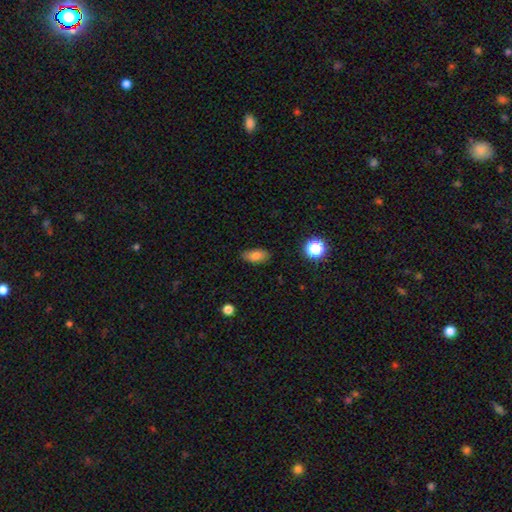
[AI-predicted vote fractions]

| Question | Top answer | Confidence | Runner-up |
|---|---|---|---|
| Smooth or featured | smooth | 81% | star or artifact (10%) |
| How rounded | in between | 88% | cigar-shaped (6%) |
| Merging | none | 82% | minor disturbance (14%) |